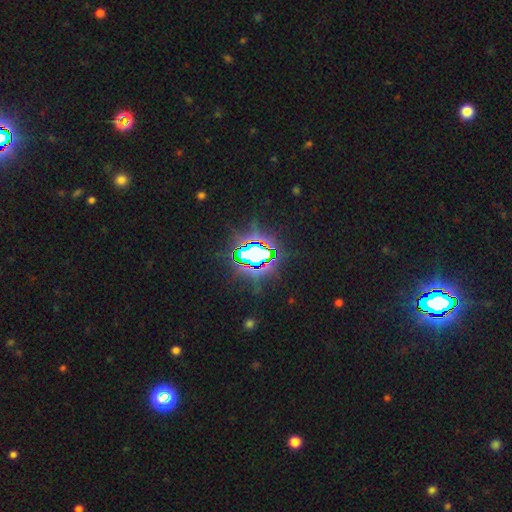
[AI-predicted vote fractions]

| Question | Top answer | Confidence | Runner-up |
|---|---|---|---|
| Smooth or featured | star or artifact | 77% | smooth (12%) |